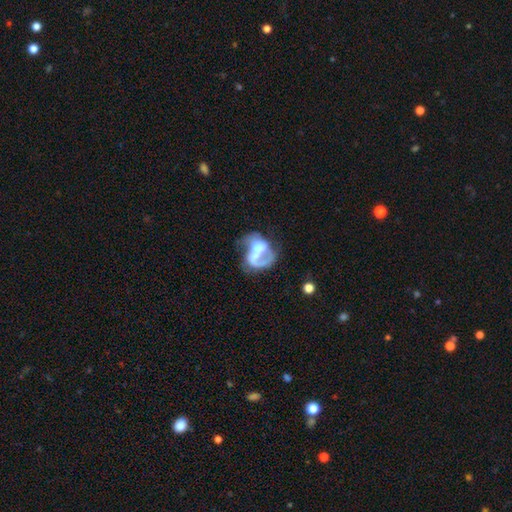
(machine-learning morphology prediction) Q: Smooth or featured?
A: featured or disk (65%); runner-up: smooth (27%)
Q: Edge-on disk?
A: no (97%); runner-up: yes (3%)
Q: Bar?
A: no (53%); runner-up: weak (29%)
Q: Spiral arms?
A: yes (65%); runner-up: no (35%)
Q: Bulge size?
A: none (30%); runner-up: moderate (26%)
Q: Merging?
A: major disturbance (40%); runner-up: none (28%)